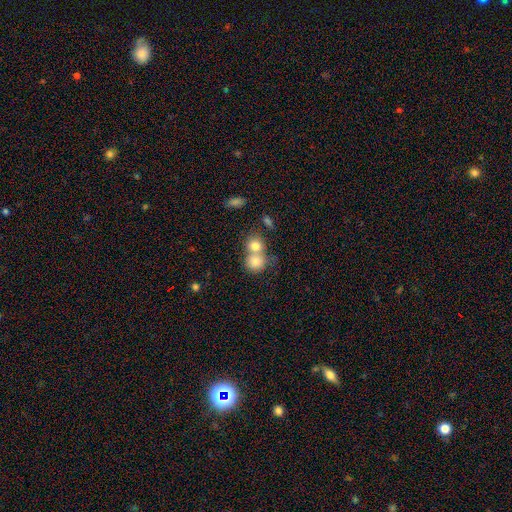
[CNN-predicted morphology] Q: Smooth or featured?
A: smooth (76%); runner-up: featured or disk (13%)
Q: How rounded?
A: round (80%); runner-up: in between (19%)
Q: Merging?
A: merger (57%); runner-up: none (33%)